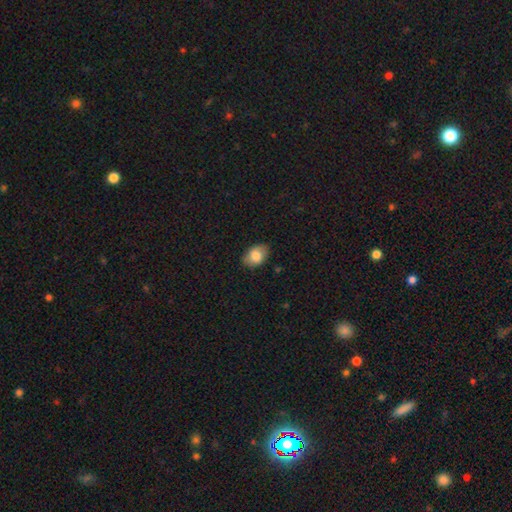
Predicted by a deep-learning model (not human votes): Smooth or featured: smooth — 81% (featured or disk — 11%)
How rounded: in between — 82% (round — 17%)
Merging: none — 83% (minor disturbance — 14%)